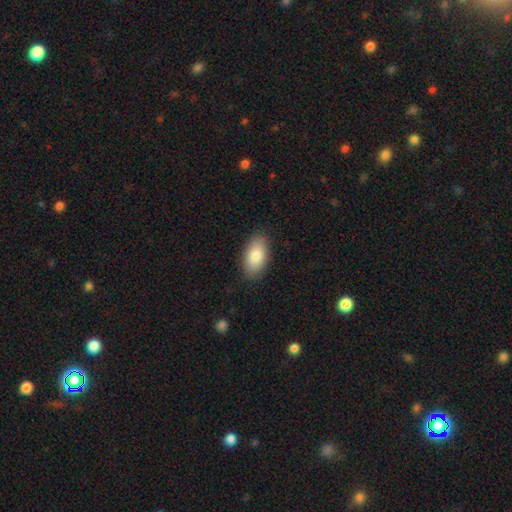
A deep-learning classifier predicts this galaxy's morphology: smooth 84%, featured or disk 9%, star or artifact 6%. Down the decision tree: how rounded — in between (94%); merging — none (88%).